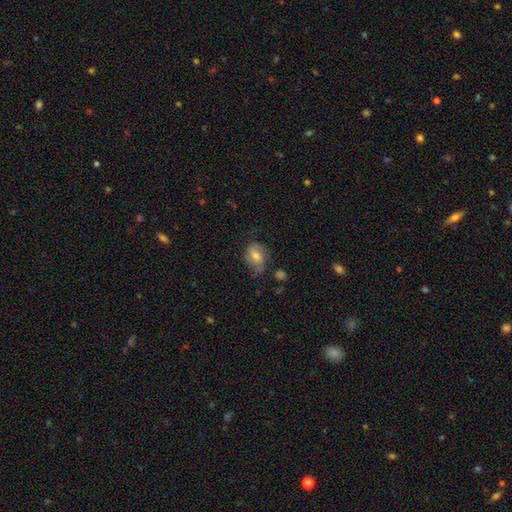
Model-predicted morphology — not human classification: A featured or disk galaxy (52%).

Vote fractions:
- Smooth or featured? featured or disk: 52% / smooth: 38% / star or artifact: 11%
- Edge-on disk? no: 96% / yes: 4%
- Merging? none: 58% / minor disturbance: 26% / major disturbance: 13% / merger: 3%